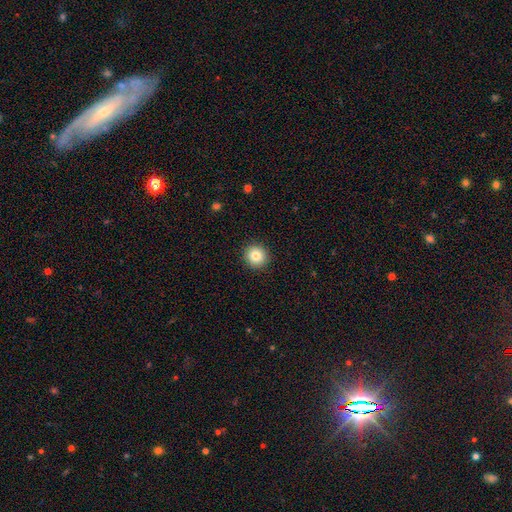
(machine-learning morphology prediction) The model was most divided on "smooth or featured": smooth: 83%, star or artifact: 10%, featured or disk: 7%. More confident: how rounded — round (94%); merging — none (92%).